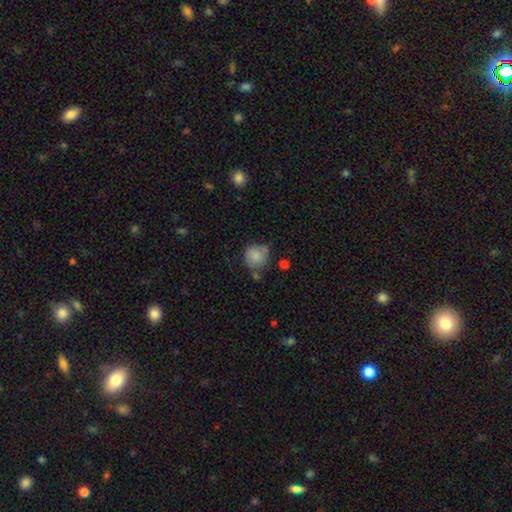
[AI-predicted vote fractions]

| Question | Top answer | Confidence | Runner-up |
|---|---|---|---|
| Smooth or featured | smooth | 81% | featured or disk (11%) |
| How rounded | round | 86% | in between (13%) |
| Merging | none | 60% | minor disturbance (25%) |